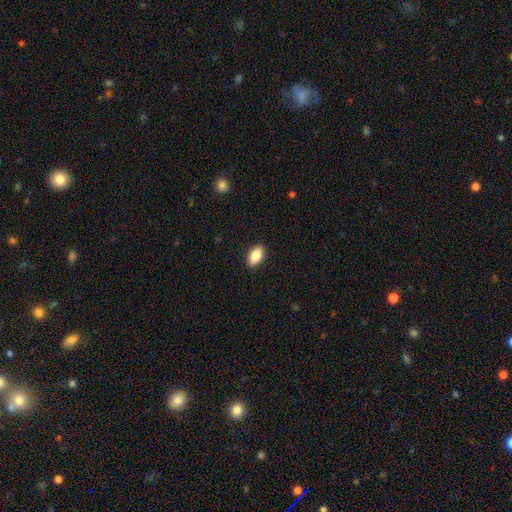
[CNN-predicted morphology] The model was most divided on "smooth or featured": smooth: 86%, featured or disk: 7%, star or artifact: 7%. More confident: how rounded — in between (91%); merging — none (89%).